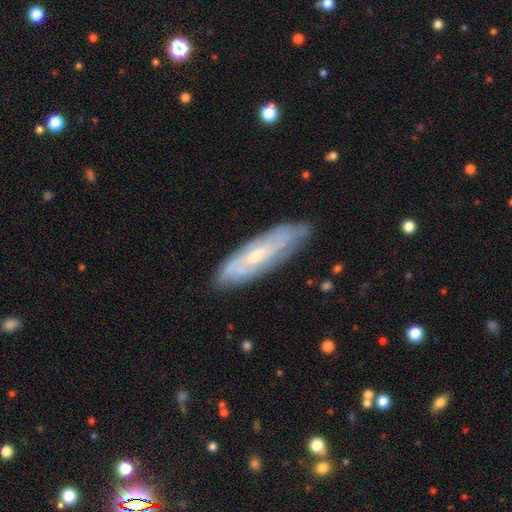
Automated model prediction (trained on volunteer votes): Q: Smooth or featured?
A: featured or disk (68%); runner-up: smooth (26%)
Q: Edge-on disk?
A: no (74%); runner-up: yes (26%)
Q: Bar?
A: no (60%); runner-up: weak (33%)
Q: Spiral arms?
A: yes (86%); runner-up: no (14%)
Q: Bulge size?
A: small (60%); runner-up: moderate (33%)
Q: Merging?
A: none (79%); runner-up: minor disturbance (16%)